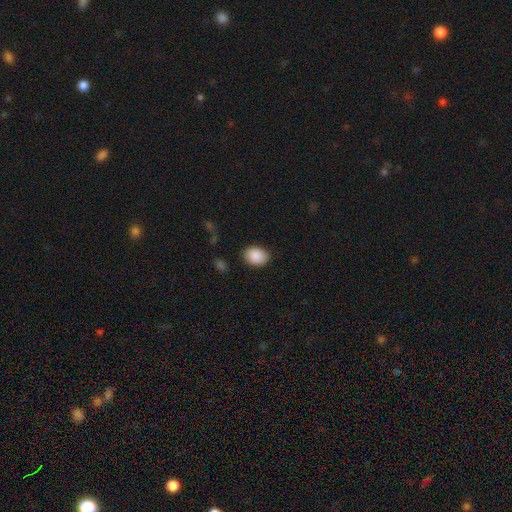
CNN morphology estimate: smooth 90%, star or artifact 7%, featured or disk 3%. Down the decision tree: how rounded — in between (65%); merging — none (84%).